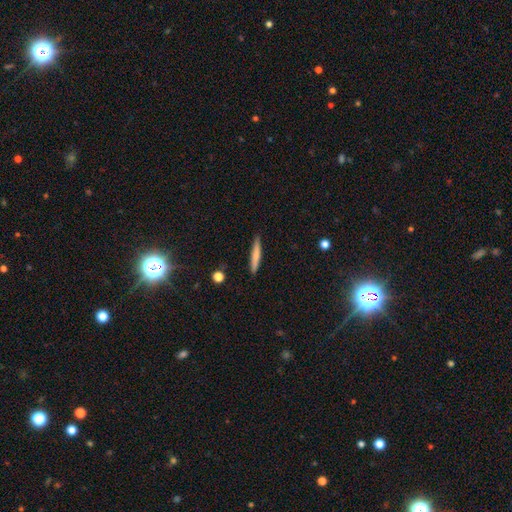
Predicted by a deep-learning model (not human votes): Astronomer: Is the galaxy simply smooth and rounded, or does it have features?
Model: smooth — 72%.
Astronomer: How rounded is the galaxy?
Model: cigar-shaped — 94%.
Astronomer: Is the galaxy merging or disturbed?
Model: none — 89%.